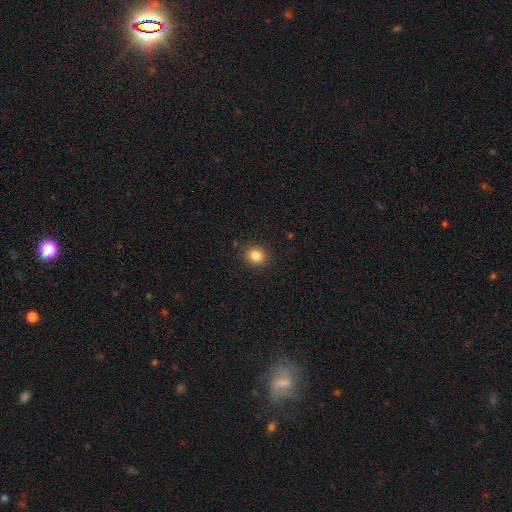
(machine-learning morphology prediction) The model was most divided on "how rounded": round: 78%, in between: 21%, cigar-shaped: 1%. More confident: merging — none (90%); smooth or featured — smooth (83%).